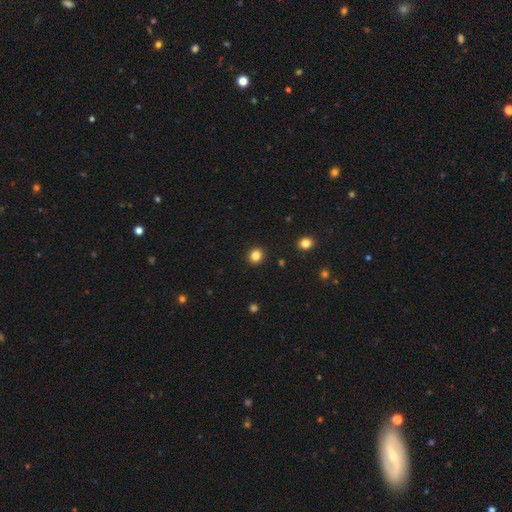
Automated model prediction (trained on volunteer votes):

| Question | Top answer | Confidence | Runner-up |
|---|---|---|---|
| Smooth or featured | smooth | 84% | star or artifact (12%) |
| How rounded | round | 86% | in between (13%) |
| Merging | none | 92% | minor disturbance (5%) |